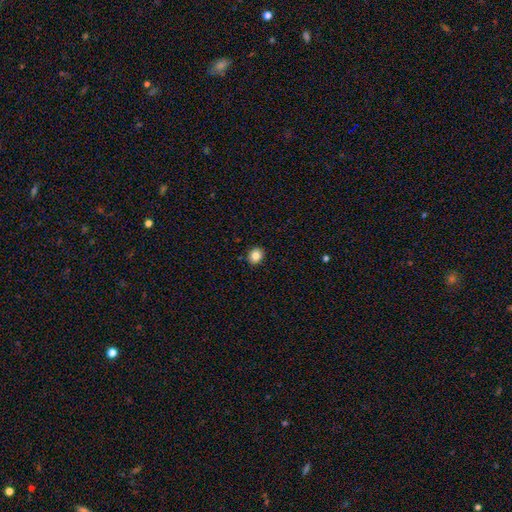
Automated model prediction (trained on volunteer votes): Morphology: type=smooth (84%); roundness=round (75%); merging=none (91%).